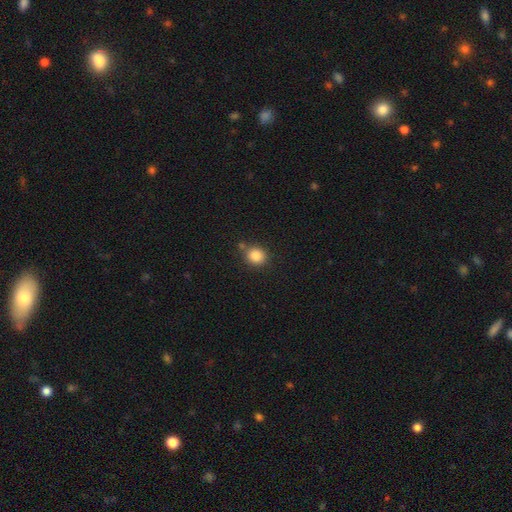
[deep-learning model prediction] Smooth or featured: smooth — 85% (star or artifact — 10%)
How rounded: round — 81% (in between — 18%)
Merging: none — 74% (minor disturbance — 13%)